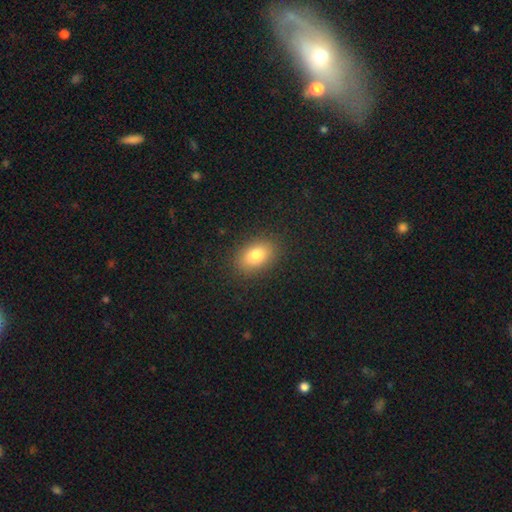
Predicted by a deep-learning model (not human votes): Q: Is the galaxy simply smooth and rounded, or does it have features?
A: smooth — 80%.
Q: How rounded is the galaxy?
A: in between — 82%.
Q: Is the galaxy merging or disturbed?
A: none — 87%.